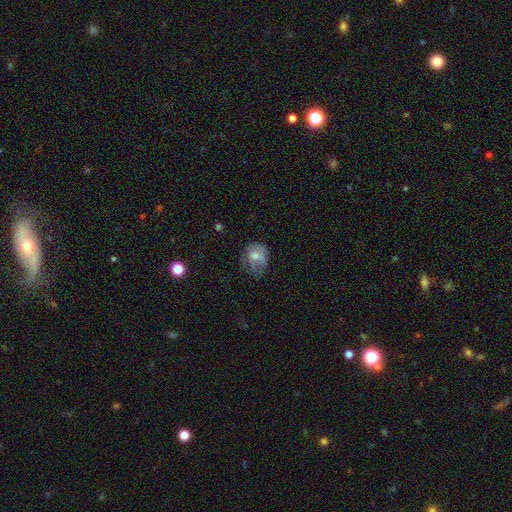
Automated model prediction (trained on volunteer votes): Smooth or featured? Predicted: smooth (p=0.53). How rounded? Predicted: round (p=0.50). Merging? Predicted: none (p=0.43).